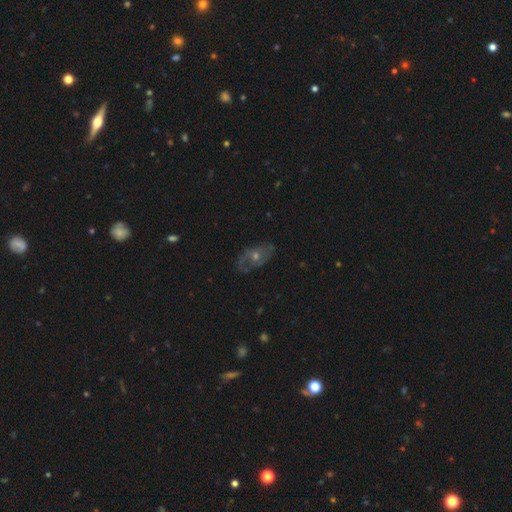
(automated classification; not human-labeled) smooth_or_featured: featured or disk (p=0.69) [alt: smooth p=0.18]
disk_edge_on: no (p=0.93) [alt: yes p=0.07]
bar: no (p=0.73) [alt: weak p=0.22]
has_spiral_arms: yes (p=0.78) [alt: no p=0.22]
bulge_size: moderate (p=0.57) [alt: small p=0.37]
merging: none (p=0.73) [alt: minor disturbance p=0.17]